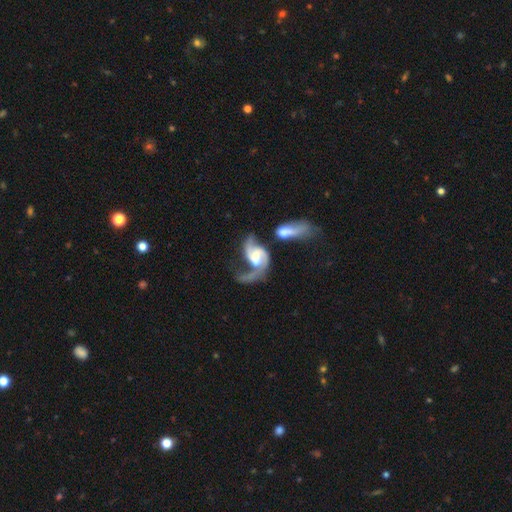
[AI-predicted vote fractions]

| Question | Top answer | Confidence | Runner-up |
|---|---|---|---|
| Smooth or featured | featured or disk | 86% | smooth (9%) |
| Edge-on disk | no | 97% | yes (3%) |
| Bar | weak | 46% | no (36%) |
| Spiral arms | yes | 95% | no (5%) |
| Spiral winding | loose | 54% | medium (35%) |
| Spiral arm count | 2 | 80% | 1 (11%) |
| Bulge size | moderate | 55% | small (32%) |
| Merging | merger | 41% | major disturbance (23%) |